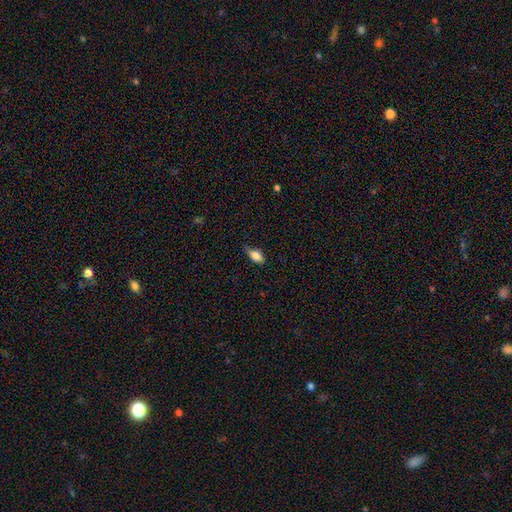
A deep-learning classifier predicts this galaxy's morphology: A smooth galaxy with no disk features (79%) that is in between round and cigar-shaped (86%).

Vote fractions:
- Smooth or featured? smooth: 79% / featured or disk: 14% / star or artifact: 8%
- How rounded? in between: 86% / cigar-shaped: 10% / round: 4%
- Merging? none: 62% / minor disturbance: 30% / major disturbance: 6% / merger: 1%